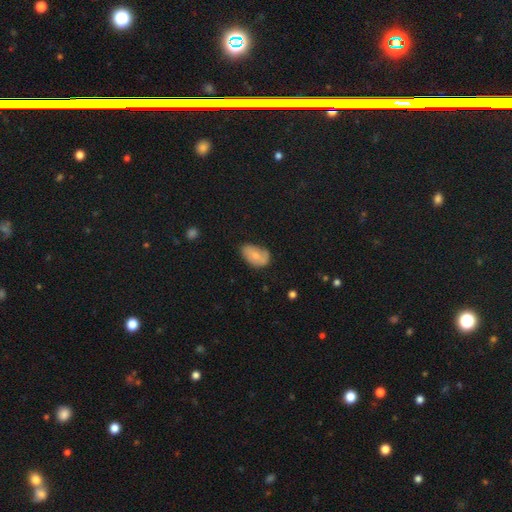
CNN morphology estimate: smooth 65%, featured or disk 28%, star or artifact 7%. Down the decision tree: how rounded — in between (88%); merging — none (50%).